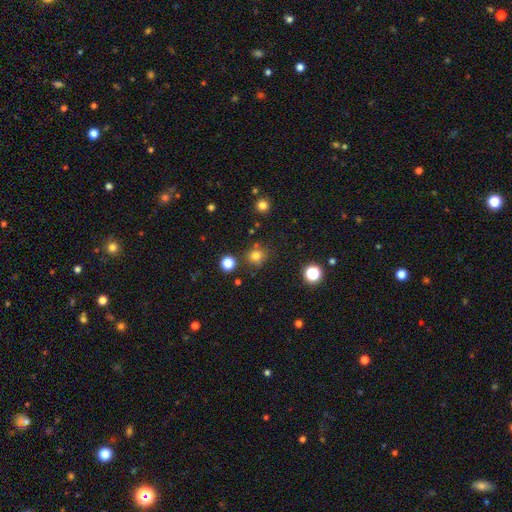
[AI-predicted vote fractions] smooth-or-featured: smooth: 78% | star or artifact: 17% | featured or disk: 5%
  how-rounded: round: 88% | in between: 11% | cigar-shaped: 1%
  merging: none: 80% | minor disturbance: 11% | merger: 6% | major disturbance: 4%